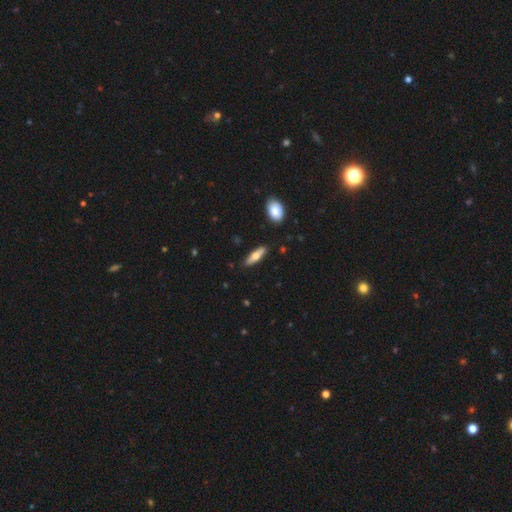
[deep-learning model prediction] Morphology: type=smooth (58%); roundness=cigar-shaped (61%); merging=none (84%).